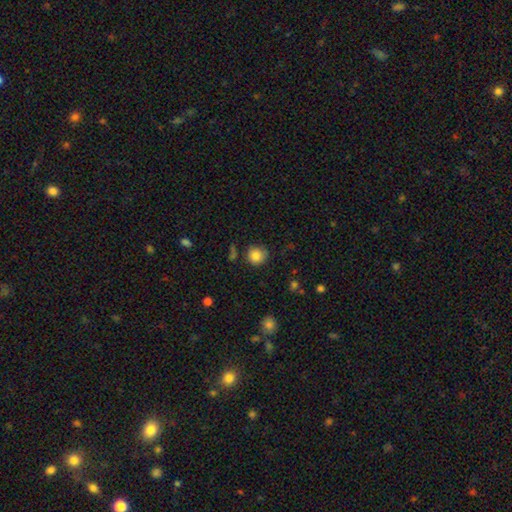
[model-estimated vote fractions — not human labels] Q: Smooth or featured?
A: smooth (83%); runner-up: star or artifact (10%)
Q: How rounded?
A: round (89%); runner-up: in between (10%)
Q: Merging?
A: none (73%); runner-up: minor disturbance (19%)